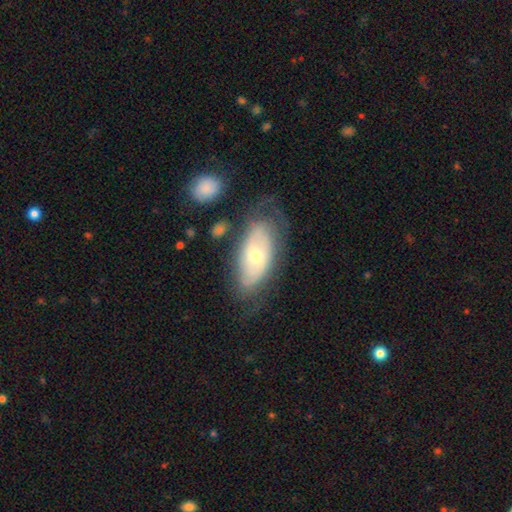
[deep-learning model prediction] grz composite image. It shows a featured or disk galaxy (58%) with no bar (71%), spiral arms (60%) and a moderate central bulge (52%). Merging: none (58%).